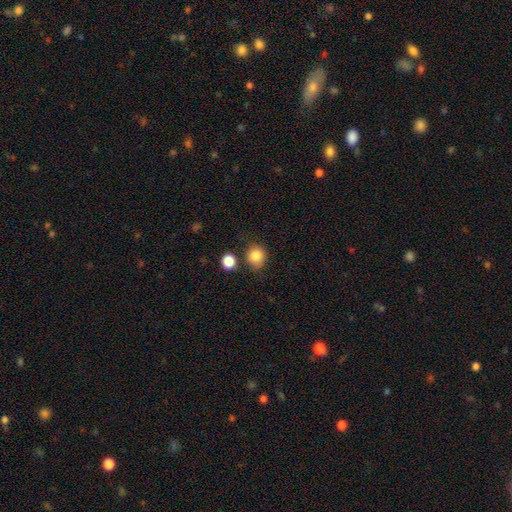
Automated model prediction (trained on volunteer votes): smooth_or_featured: smooth (p=0.85) [alt: star or artifact p=0.10]
how_rounded: round (p=0.80) [alt: in between p=0.19]
merging: none (p=0.71) [alt: minor disturbance p=0.16]